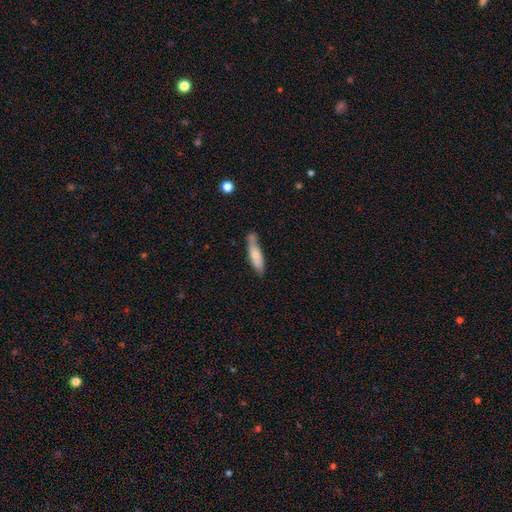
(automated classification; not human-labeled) A smooth galaxy with no disk features (70%) that is cigar-shaped (74%).

Vote fractions:
- Smooth or featured? smooth: 70% / featured or disk: 24% / star or artifact: 6%
- How rounded? cigar-shaped: 74% / in between: 24% / round: 2%
- Merging? none: 67% / minor disturbance: 23% / major disturbance: 5% / merger: 5%